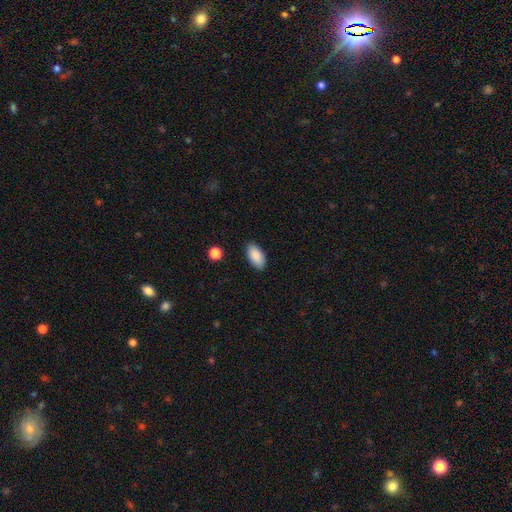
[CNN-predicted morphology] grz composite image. It shows a smooth galaxy with no disk features (88%) that is in between round and cigar-shaped (94%). Merging: none (87%).